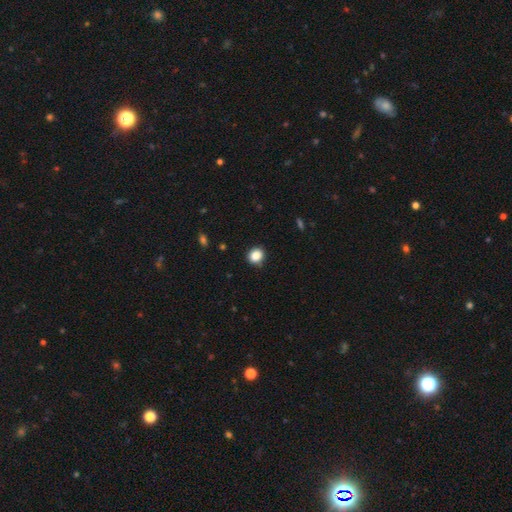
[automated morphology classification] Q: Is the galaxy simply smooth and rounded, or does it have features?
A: smooth — 86%.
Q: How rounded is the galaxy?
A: round — 70%.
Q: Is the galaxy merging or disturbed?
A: none — 86%.